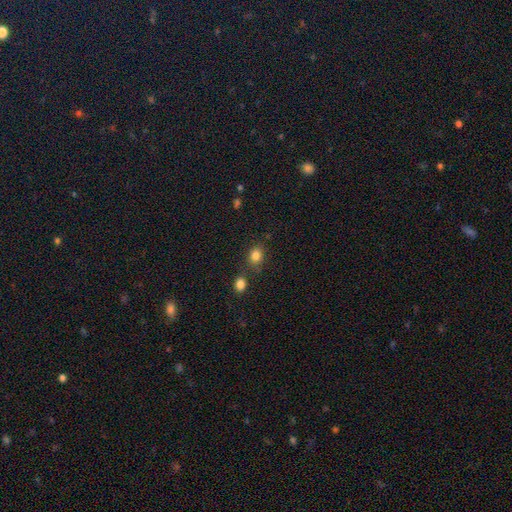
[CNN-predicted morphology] Smooth or featured: smooth — 83% (star or artifact — 11%)
How rounded: in between — 54% (round — 45%)
Merging: none — 71% (minor disturbance — 14%)